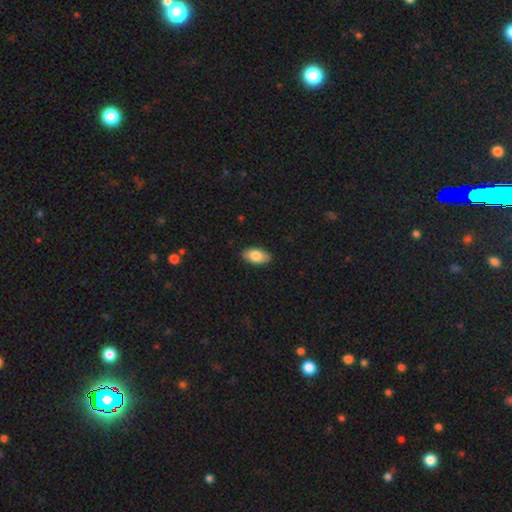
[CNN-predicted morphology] A smooth galaxy with no disk features (84%) that is in between round and cigar-shaped (94%).

Vote fractions:
- Smooth or featured? smooth: 84% / featured or disk: 10% / star or artifact: 6%
- How rounded? in between: 94% / round: 3% / cigar-shaped: 3%
- Merging? none: 89% / minor disturbance: 9% / major disturbance: 2% / merger: 1%